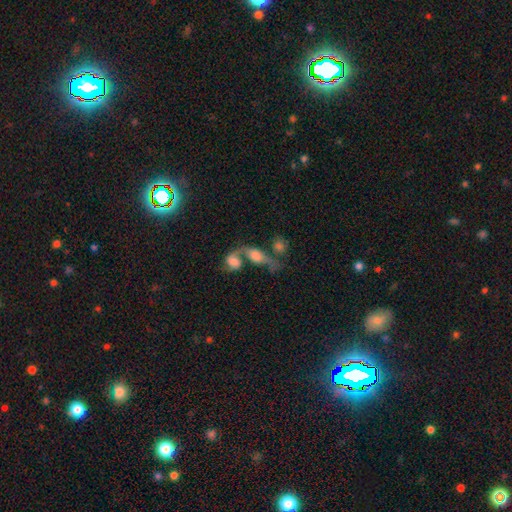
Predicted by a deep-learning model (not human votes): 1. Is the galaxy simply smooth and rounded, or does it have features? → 49% featured or disk, 39% smooth, 12% star or artifact.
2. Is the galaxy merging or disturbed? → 66% merger, 17% none, 10% major disturbance, 7% minor disturbance.